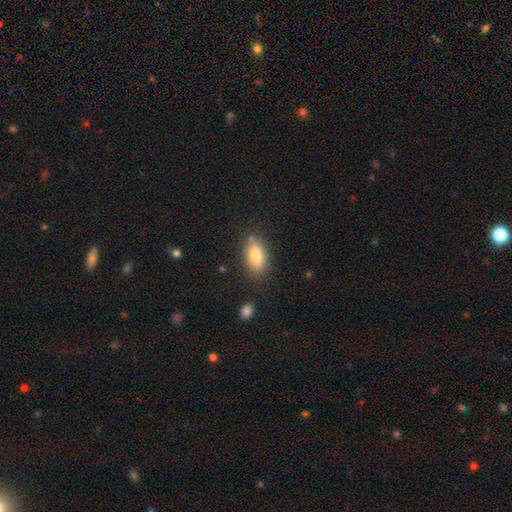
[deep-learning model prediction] Q: Smooth or featured?
A: smooth (81%); runner-up: featured or disk (11%)
Q: How rounded?
A: in between (89%); runner-up: cigar-shaped (5%)
Q: Merging?
A: none (79%); runner-up: minor disturbance (14%)